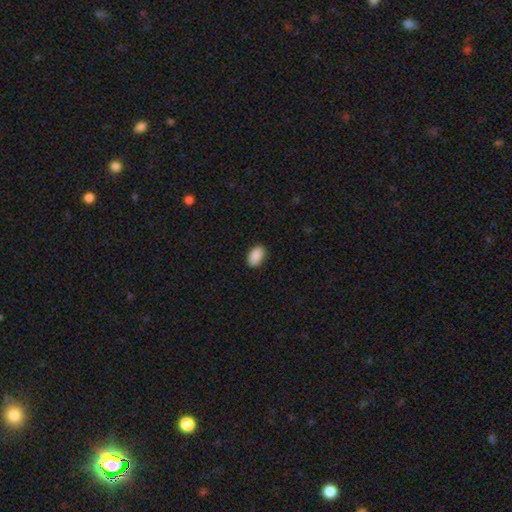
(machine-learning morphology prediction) This appears to be a smooth galaxy with no disk features (89%) that is in between round and cigar-shaped (92%). Merging: none (87%).